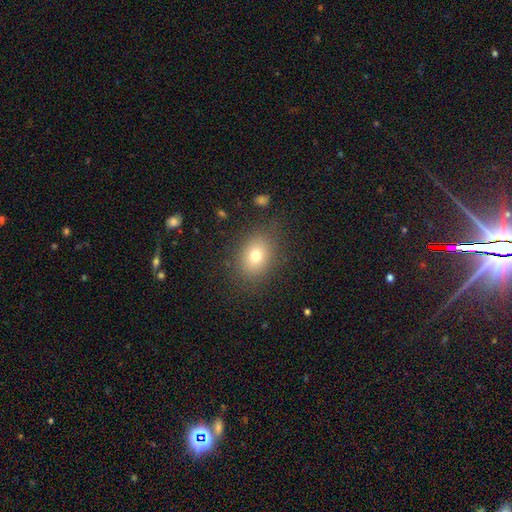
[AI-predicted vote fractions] Smooth or featured?
  - smooth: 74% *
  - featured or disk: 13%
  - star or artifact: 13%
How rounded?
  - in between: 60% *
  - round: 39%
  - cigar-shaped: 1%
Merging?
  - none: 80% *
  - minor disturbance: 13%
  - major disturbance: 6%
  - merger: 2%